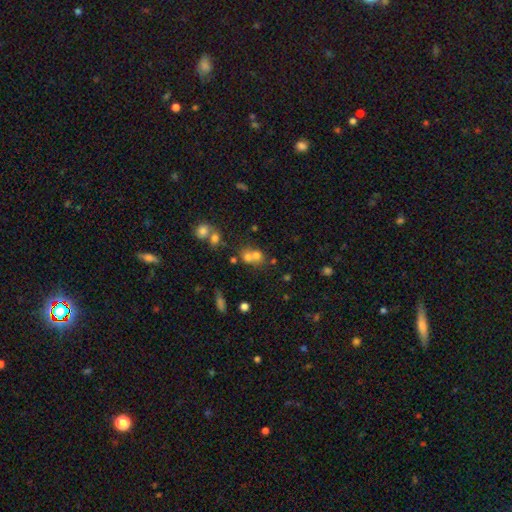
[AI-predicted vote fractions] Q: Smooth or featured?
A: smooth (65%); runner-up: star or artifact (18%)
Q: How rounded?
A: round (74%); runner-up: in between (25%)
Q: Merging?
A: merger (57%); runner-up: none (33%)